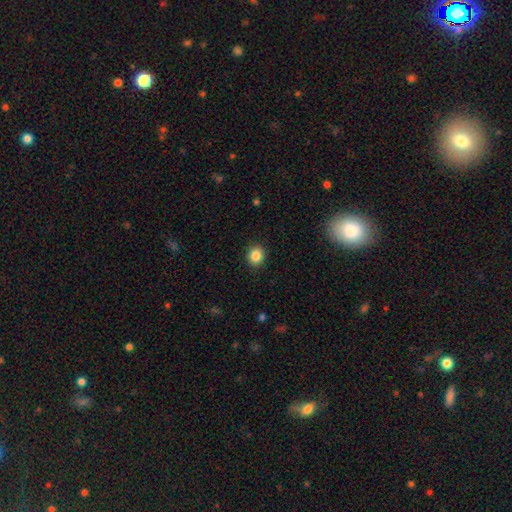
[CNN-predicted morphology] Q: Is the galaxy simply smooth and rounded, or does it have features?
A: smooth — 86%.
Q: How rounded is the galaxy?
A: round — 84%.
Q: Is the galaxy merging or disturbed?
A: none — 91%.